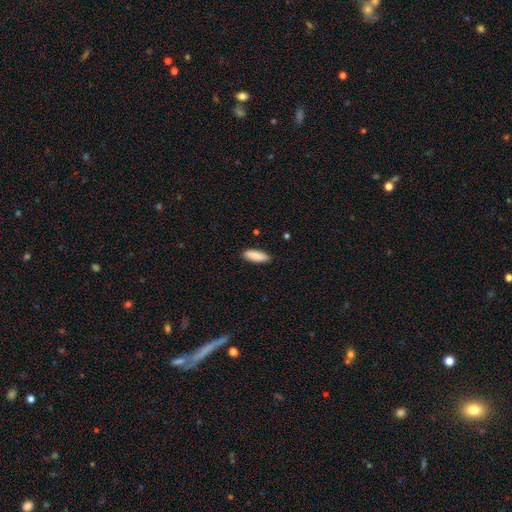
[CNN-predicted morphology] A smooth galaxy with no disk features (89%) that is in between round and cigar-shaped (64%). Merging: none (88%).